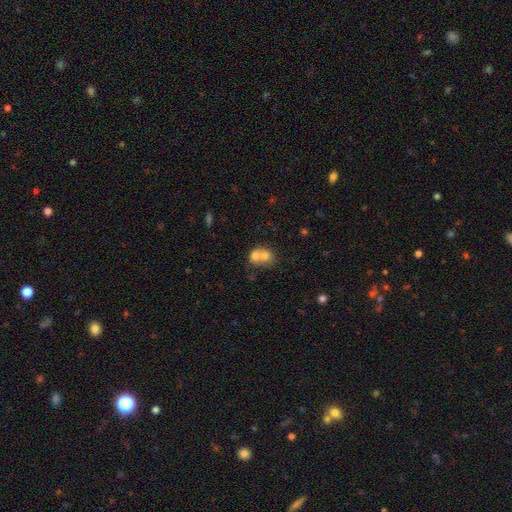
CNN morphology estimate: A smooth galaxy with no disk features (66%) that is round (62%). Merging: merger (72%).